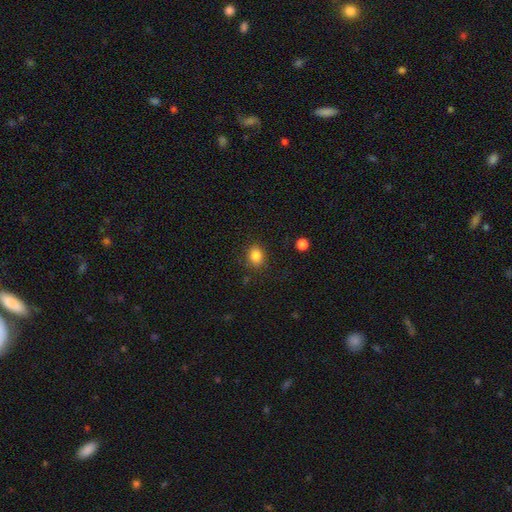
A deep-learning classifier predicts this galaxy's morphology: smooth-or-featured: smooth: 85% | star or artifact: 10% | featured or disk: 5%
  how-rounded: round: 56% | in between: 43% | cigar-shaped: 1%
  merging: none: 83% | minor disturbance: 11% | major disturbance: 4% | merger: 2%